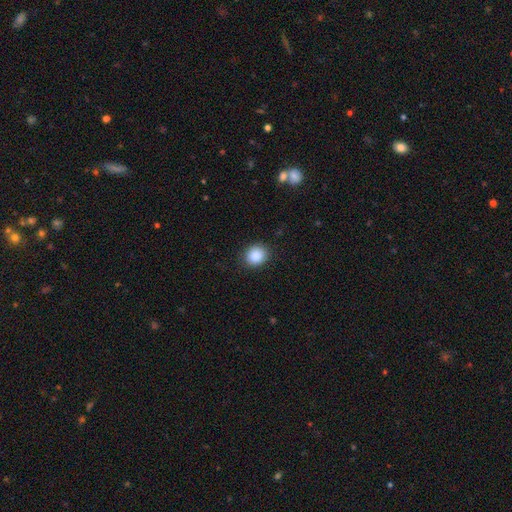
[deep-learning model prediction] Smooth or featured?
  - smooth: 88% *
  - star or artifact: 9%
  - featured or disk: 3%
How rounded?
  - round: 78% *
  - in between: 21%
  - cigar-shaped: 1%
Merging?
  - none: 89% *
  - minor disturbance: 8%
  - major disturbance: 2%
  - merger: 1%